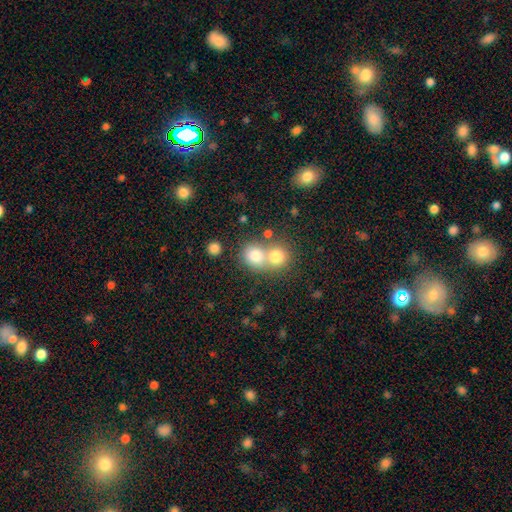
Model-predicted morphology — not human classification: The model was most divided on "merging": merger: 54%, none: 36%, minor disturbance: 6%, major disturbance: 3%. More confident: how rounded — round (78%); smooth or featured — smooth (76%).